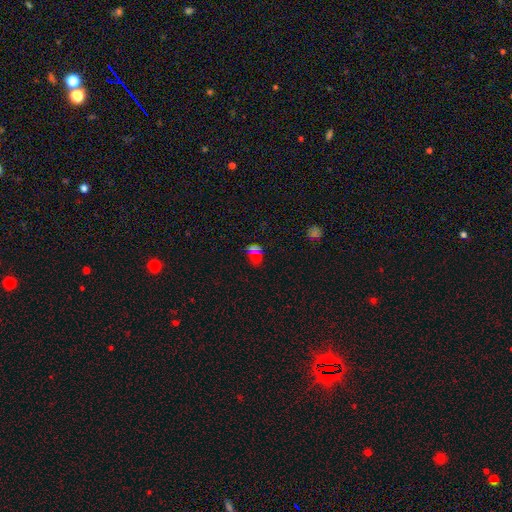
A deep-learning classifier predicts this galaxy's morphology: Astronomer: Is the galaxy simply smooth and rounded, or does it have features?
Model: star or artifact — 48% (runner-up: smooth, 43%).